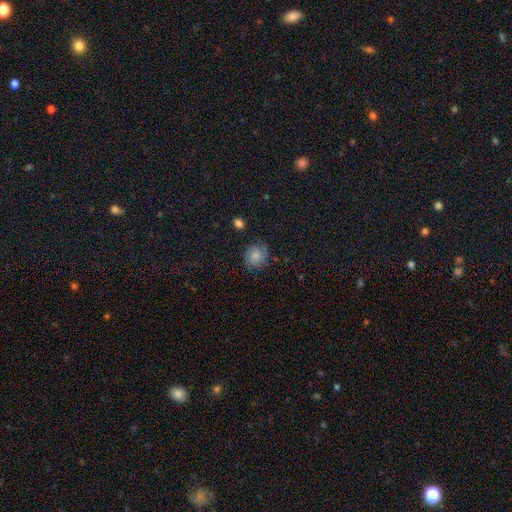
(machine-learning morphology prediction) smooth 49%, featured or disk 42%, star or artifact 9%. Down the decision tree: merging — none (71%).